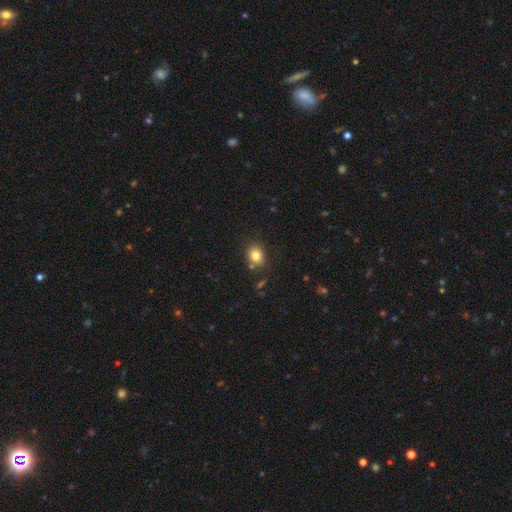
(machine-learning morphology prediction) This is clearly a smooth galaxy (82%). How rounded: possibly round (53%). Merging: likely none (79%).